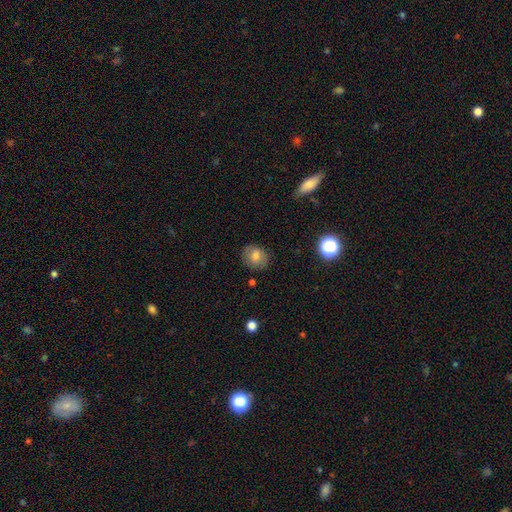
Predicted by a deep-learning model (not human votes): Morphology: type=smooth (74%); roundness=round (68%); merging=none (81%).